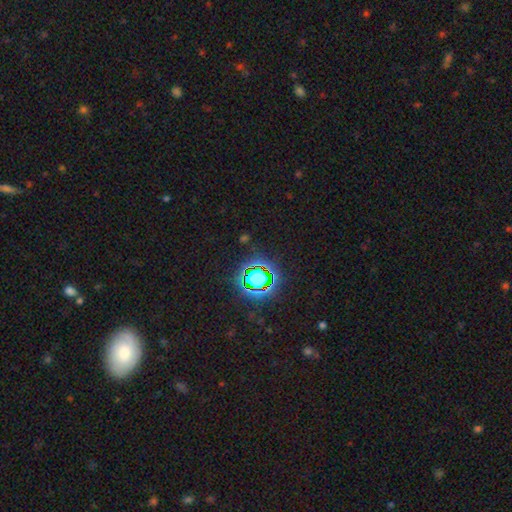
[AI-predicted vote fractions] Overall: star or artifact (77%).